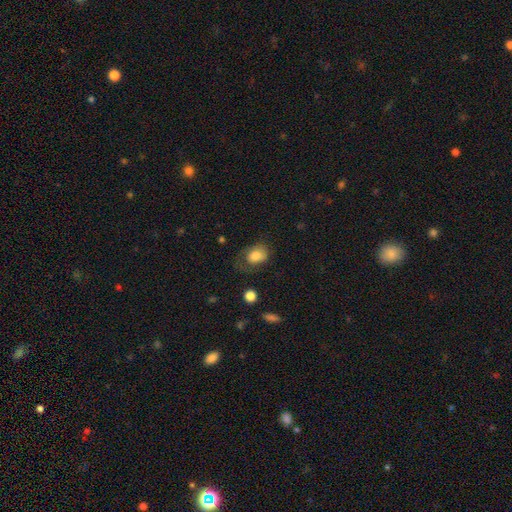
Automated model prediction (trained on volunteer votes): Smooth or featured: smooth — 79% (featured or disk — 13%)
How rounded: in between — 71% (round — 28%)
Merging: none — 43% (minor disturbance — 30%)